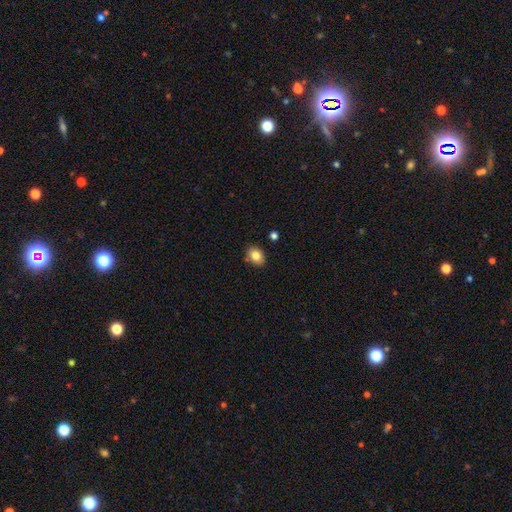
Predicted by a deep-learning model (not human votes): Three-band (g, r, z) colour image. It shows a smooth galaxy with no disk features (82%) that is in between round and cigar-shaped (67%). Merging: none (84%).